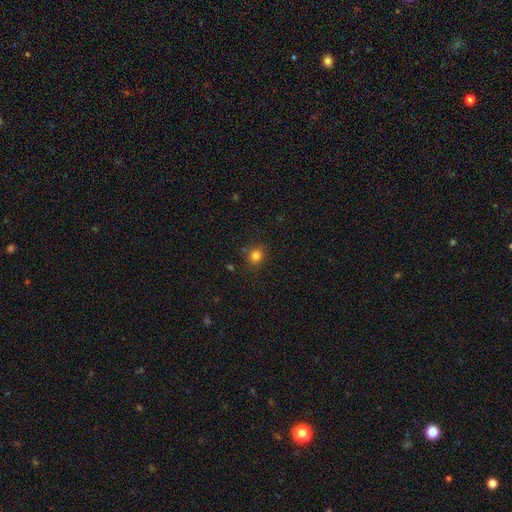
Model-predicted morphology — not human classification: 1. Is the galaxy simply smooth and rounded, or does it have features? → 81% smooth, 14% star or artifact, 5% featured or disk.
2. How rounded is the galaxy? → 86% round, 14% in between, 1% cigar-shaped.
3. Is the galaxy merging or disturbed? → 85% none, 10% minor disturbance, 3% merger, 3% major disturbance.